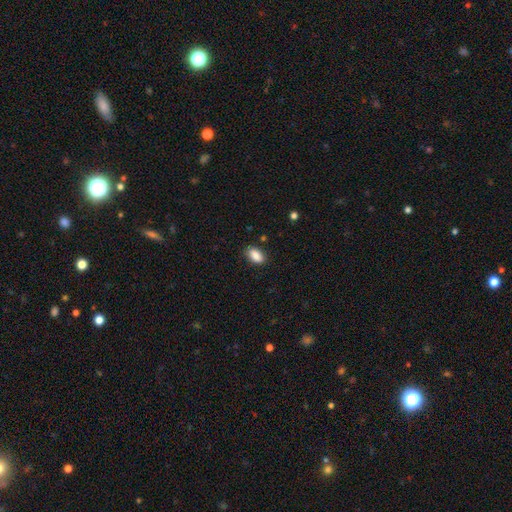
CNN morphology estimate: smooth-or-featured: smooth: 88% | star or artifact: 7% | featured or disk: 4%
  how-rounded: in between: 92% | round: 6% | cigar-shaped: 3%
  merging: none: 85% | minor disturbance: 12% | major disturbance: 2% | merger: 1%